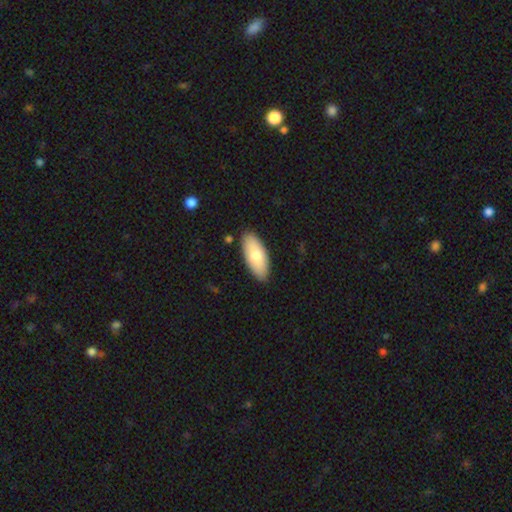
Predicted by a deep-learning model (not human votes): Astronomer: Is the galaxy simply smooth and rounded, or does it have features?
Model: smooth — 77%.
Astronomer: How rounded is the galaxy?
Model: in between — 86%.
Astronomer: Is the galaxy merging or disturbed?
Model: none — 86%.